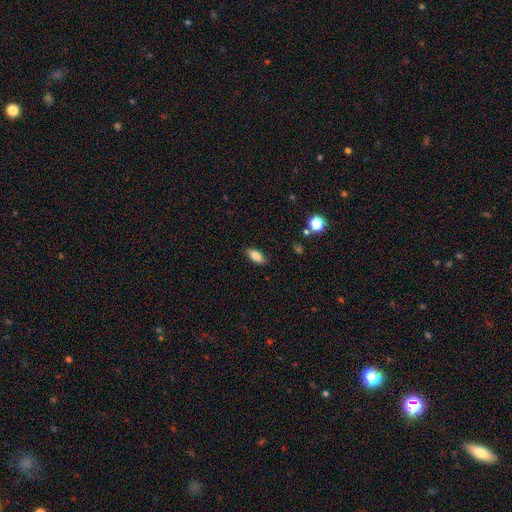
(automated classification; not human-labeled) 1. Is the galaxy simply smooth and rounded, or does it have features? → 82% smooth, 10% featured or disk, 8% star or artifact.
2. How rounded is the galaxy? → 86% in between, 10% cigar-shaped, 4% round.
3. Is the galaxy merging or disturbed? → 86% none, 11% minor disturbance, 2% major disturbance, 1% merger.